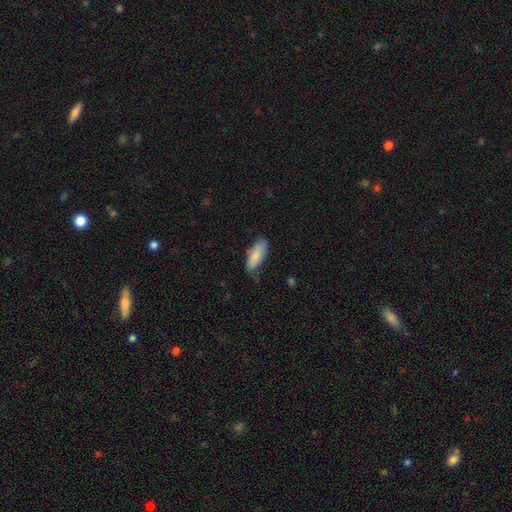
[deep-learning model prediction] This appears to be a smooth galaxy with no disk features (82%) that is in between round and cigar-shaped (74%). Merging: none (61%).